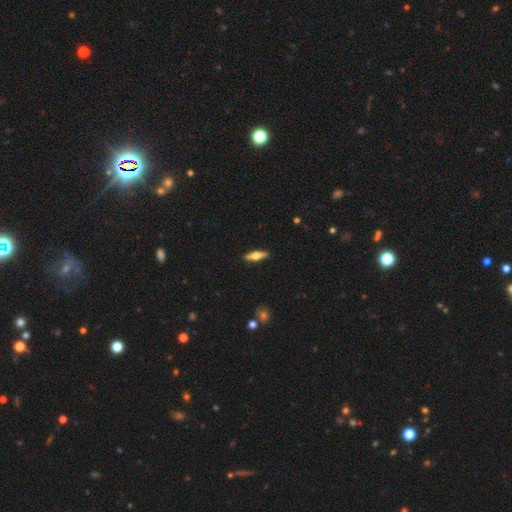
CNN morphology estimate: featured or disk 53%, smooth 41%, star or artifact 6%. Down the decision tree: edge-on disk — yes (93%); merging — none (91%).